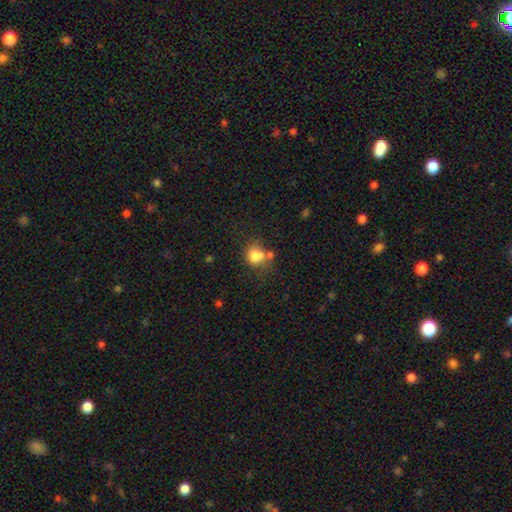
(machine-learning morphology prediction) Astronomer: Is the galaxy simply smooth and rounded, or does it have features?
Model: smooth — 79%.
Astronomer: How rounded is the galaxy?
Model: round — 69%.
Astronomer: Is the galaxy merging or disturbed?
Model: none — 44% (runner-up: merger, 28%).